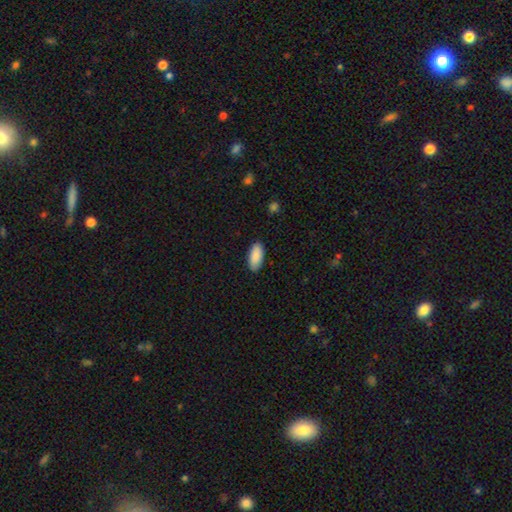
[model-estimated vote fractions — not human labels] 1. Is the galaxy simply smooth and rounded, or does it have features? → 90% smooth, 6% star or artifact, 5% featured or disk.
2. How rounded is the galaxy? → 90% in between, 8% cigar-shaped, 2% round.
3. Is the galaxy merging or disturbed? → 88% none, 9% minor disturbance, 2% major disturbance, 1% merger.